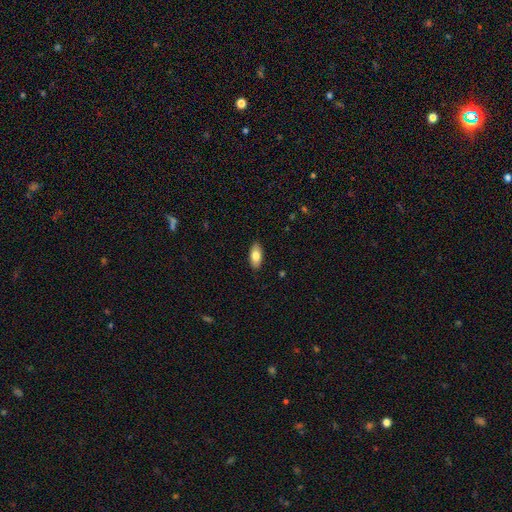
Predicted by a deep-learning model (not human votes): Smooth or featured: smooth — 80% (featured or disk — 13%)
How rounded: in between — 89% (cigar-shaped — 9%)
Merging: none — 89% (minor disturbance — 8%)